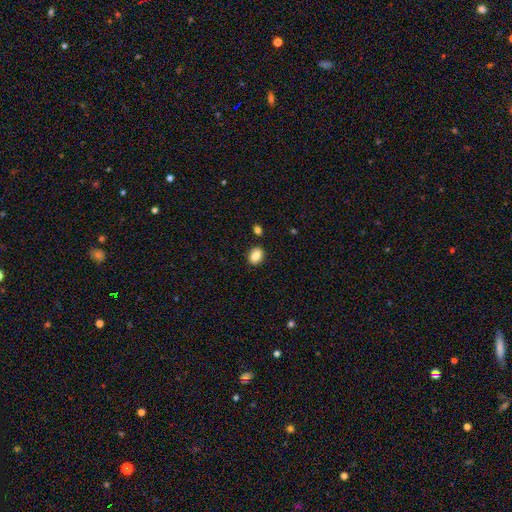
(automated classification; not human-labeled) This is clearly a smooth galaxy (86%). How rounded: likely in between (72%). Merging: clearly none (86%).